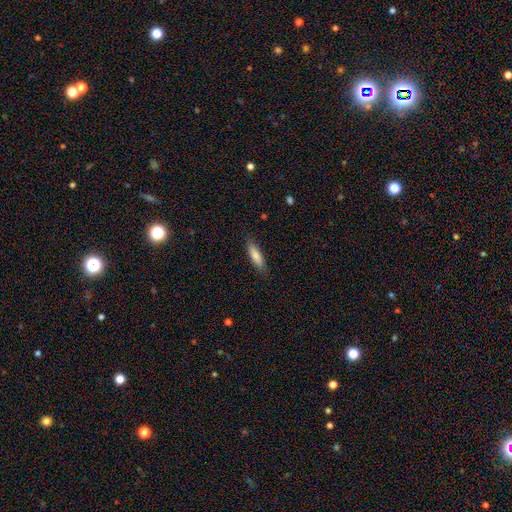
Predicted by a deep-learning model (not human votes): The model was most divided on "how rounded": cigar-shaped: 65%, in between: 33%, round: 1%. More confident: merging — none (85%); smooth or featured — smooth (81%).